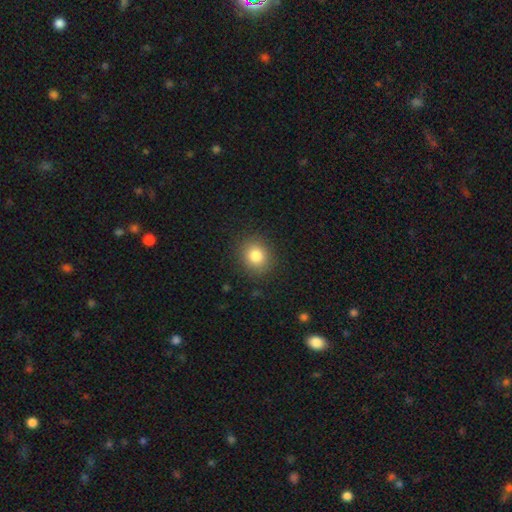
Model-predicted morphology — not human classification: smooth-or-featured: smooth: 83% | star or artifact: 10% | featured or disk: 7%
  how-rounded: round: 78% | in between: 21% | cigar-shaped: 1%
  merging: none: 88% | minor disturbance: 8% | major disturbance: 3% | merger: 1%